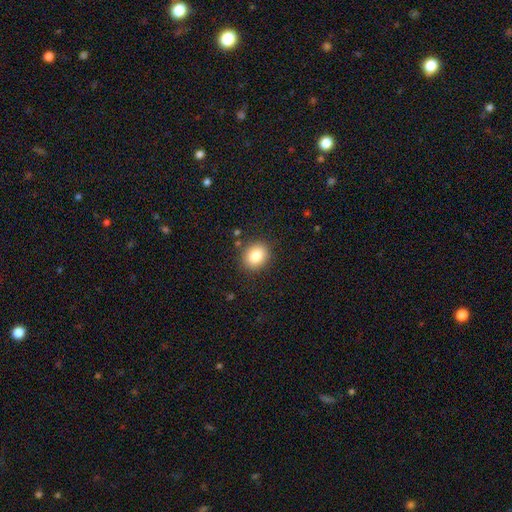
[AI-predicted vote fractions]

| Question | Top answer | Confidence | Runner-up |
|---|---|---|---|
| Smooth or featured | smooth | 84% | star or artifact (9%) |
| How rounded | round | 61% | in between (38%) |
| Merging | none | 87% | minor disturbance (8%) |